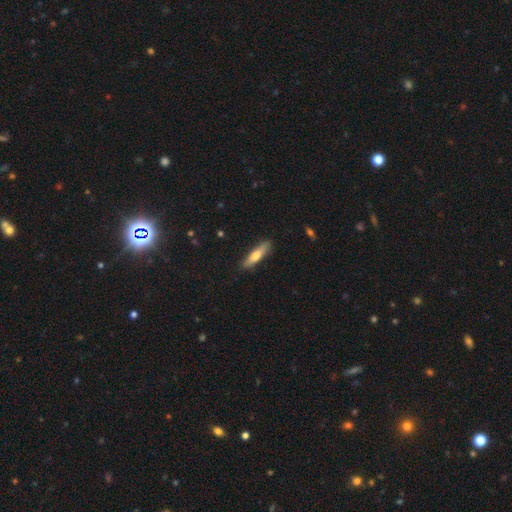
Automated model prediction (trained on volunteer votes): Morphology: type=smooth (60%); roundness=cigar-shaped (77%); merging=none (86%).